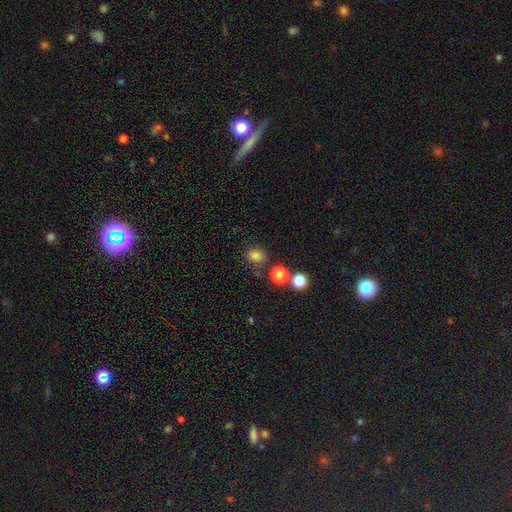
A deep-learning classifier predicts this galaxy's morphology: Overall: smooth (80%). How rounded: round (50%; in between 49%). Merging: none (73%).